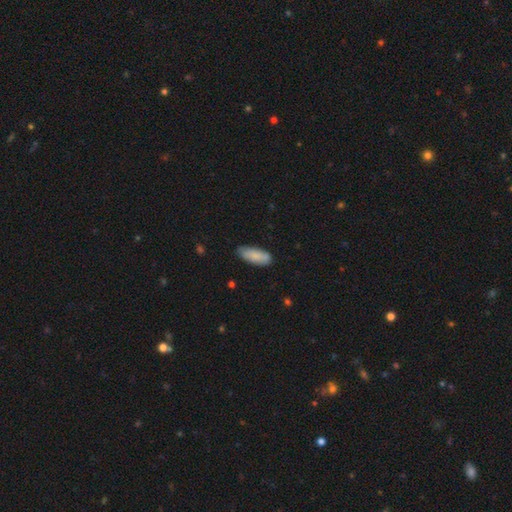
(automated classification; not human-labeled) Overall: smooth (83%). How rounded: in between (75%). Merging: none (76%).